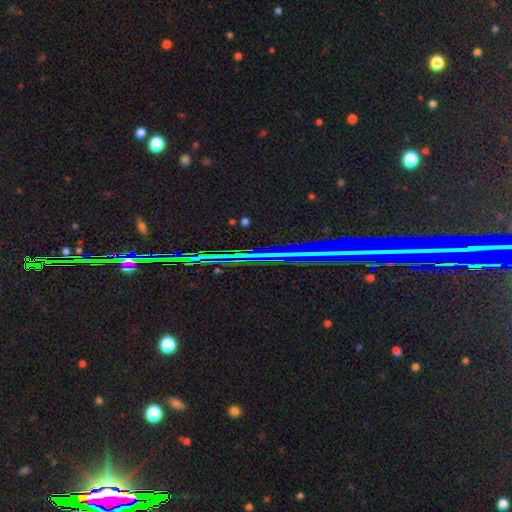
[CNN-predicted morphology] Smooth or featured: star or artifact — 83% (featured or disk — 10%)